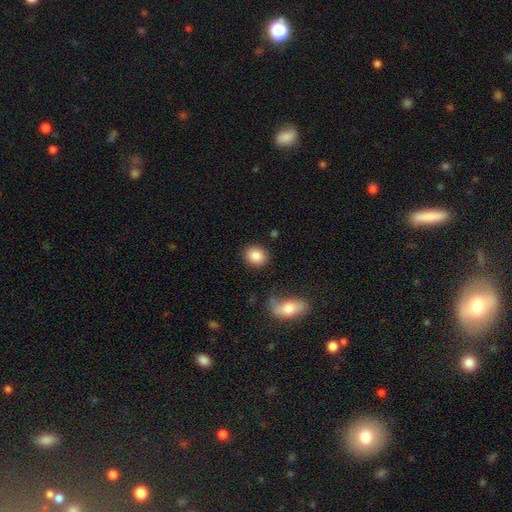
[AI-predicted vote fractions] A smooth galaxy with no disk features (87%) that is round (62%). Merging: none (85%).